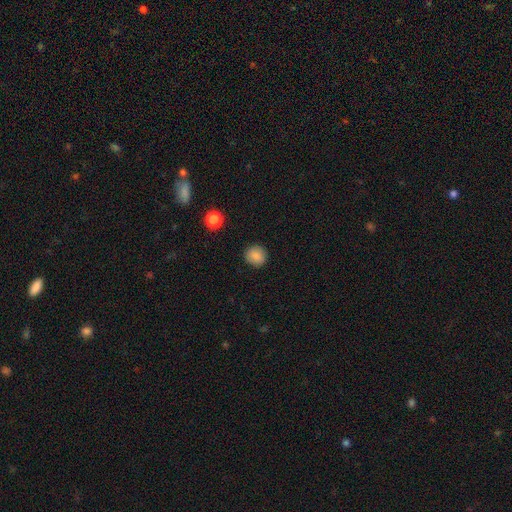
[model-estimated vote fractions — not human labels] This is clearly a smooth galaxy (86%). How rounded: clearly round (90%). Merging: clearly none (89%).